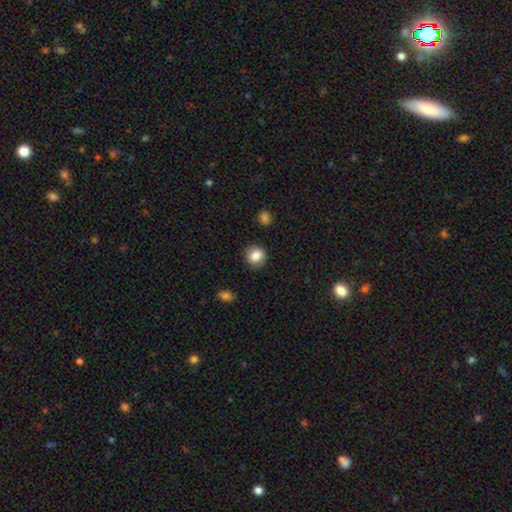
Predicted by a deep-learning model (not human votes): This is clearly a smooth galaxy (85%). How rounded: clearly round (81%). Merging: clearly none (86%).